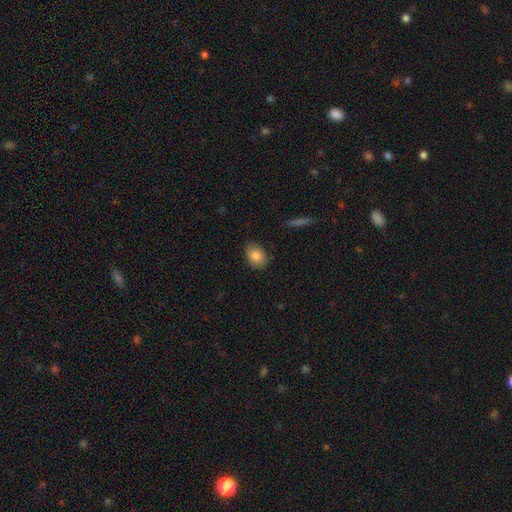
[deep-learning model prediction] Smooth or featured?
  - smooth: 85% *
  - featured or disk: 8%
  - star or artifact: 8%
How rounded?
  - in between: 72% *
  - round: 27%
  - cigar-shaped: 1%
Merging?
  - none: 84% *
  - minor disturbance: 12%
  - major disturbance: 2%
  - merger: 1%